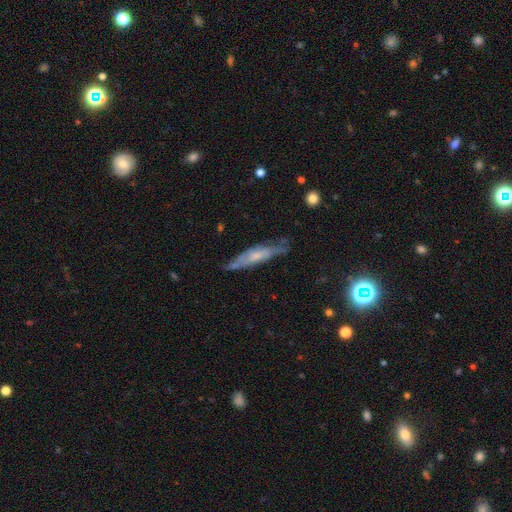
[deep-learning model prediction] Smooth or featured? featured or disk (60%)
Edge-on disk? yes (52%)
Merging? none (62%)